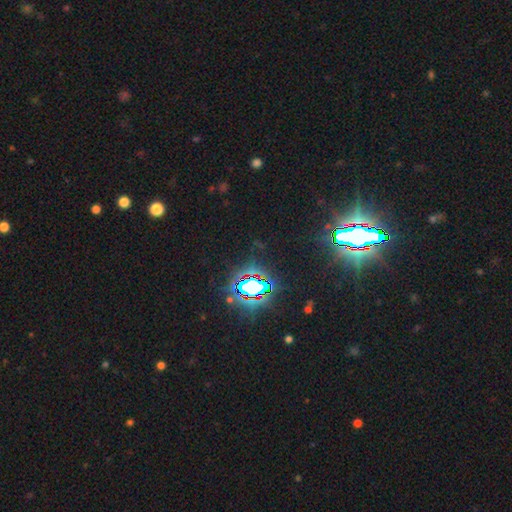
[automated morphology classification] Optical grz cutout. It shows a star or artifact, not a galaxy (83%).